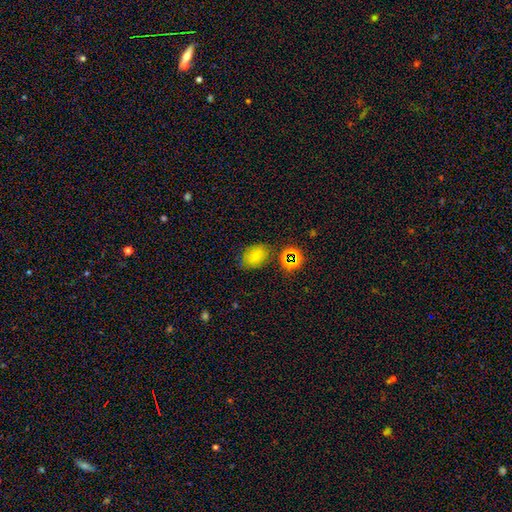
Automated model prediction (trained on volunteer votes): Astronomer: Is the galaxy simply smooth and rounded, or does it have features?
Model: smooth — 58%.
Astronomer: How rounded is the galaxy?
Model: in between — 72%.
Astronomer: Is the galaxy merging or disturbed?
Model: none — 76%.